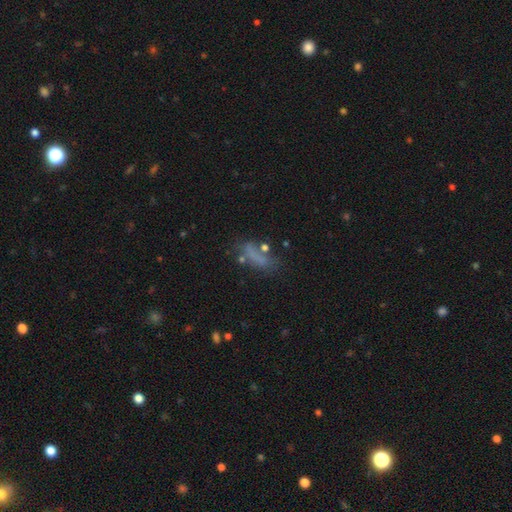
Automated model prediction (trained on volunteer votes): The model was most divided on "how rounded": in between: 53%, cigar-shaped: 41%, round: 6%. Remaining: smooth or featured — smooth (59%); merging — none (48%).